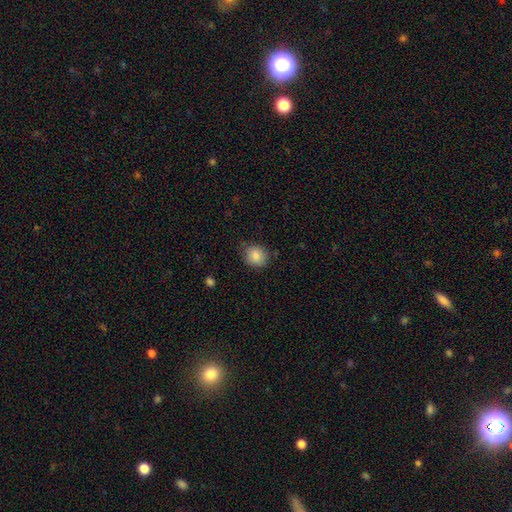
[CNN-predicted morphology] The model was most divided on "how rounded": round: 75%, in between: 24%, cigar-shaped: 1%. More confident: smooth or featured — smooth (86%); merging — none (79%).